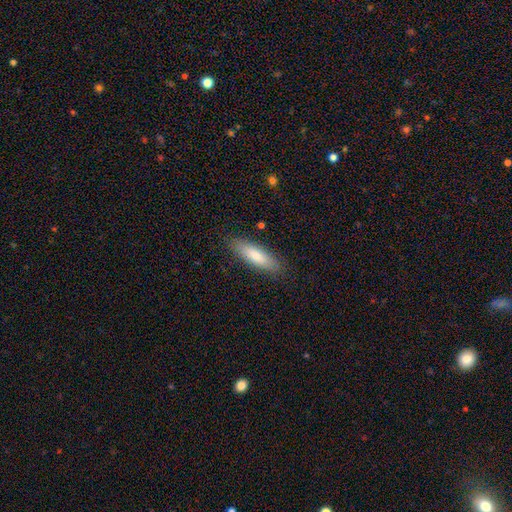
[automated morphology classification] This is likely a smooth galaxy (79%). How rounded: possibly cigar-shaped (53%). Merging: clearly none (86%).